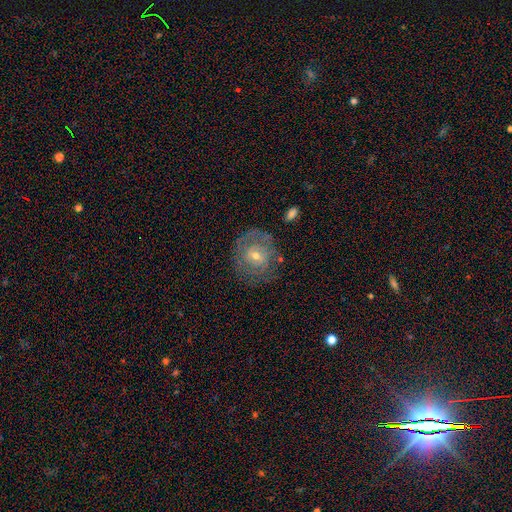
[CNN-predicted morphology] Smooth or featured? featured or disk (58%)
Edge-on disk? no (96%)
Bar? no (61%)
Spiral arms? yes (56%)
Bulge size? small (48%)
Merging? none (71%)